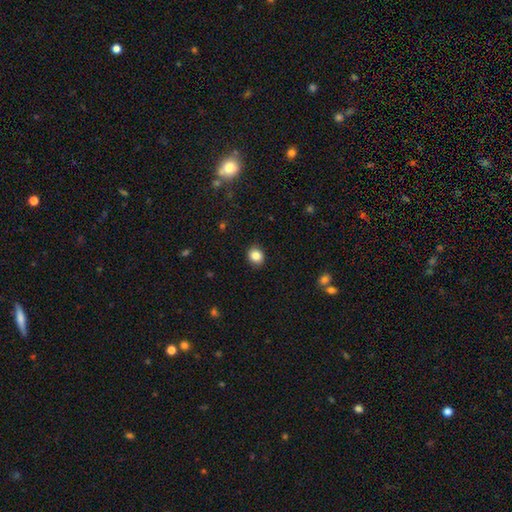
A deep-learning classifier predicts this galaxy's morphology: Overall: smooth (85%). How rounded: round (74%). Merging: none (89%).